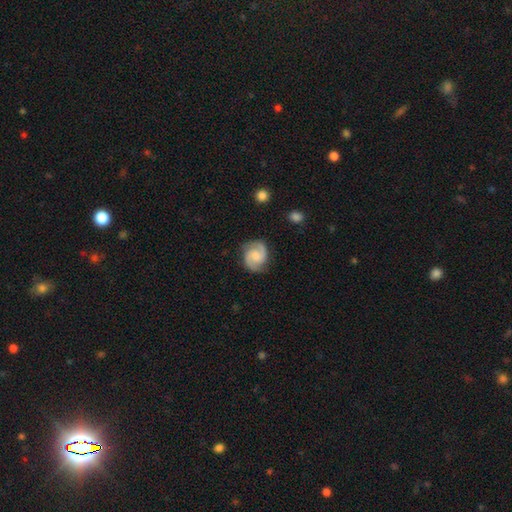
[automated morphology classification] Smooth or featured: featured or disk — 82% (smooth — 13%)
Edge-on disk: no — 98% (yes — 2%)
Bar: no — 49% (weak — 42%)
Spiral arms: yes — 97% (no — 3%)
Spiral winding: medium — 54% (tight — 29%)
Spiral arm count: 2 — 93% (can't tell — 3%)
Bulge size: moderate — 32% (none — 30%)
Merging: none — 83% (minor disturbance — 12%)